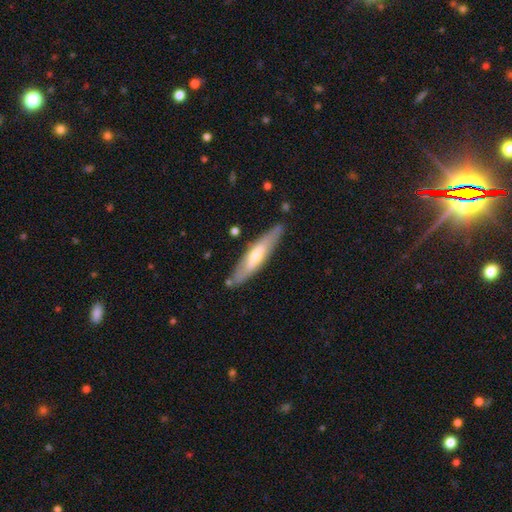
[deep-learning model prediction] Q: Smooth or featured?
A: featured or disk (50%); runner-up: smooth (45%)
Q: Edge-on disk?
A: yes (76%); runner-up: no (24%)
Q: Merging?
A: none (82%); runner-up: minor disturbance (13%)